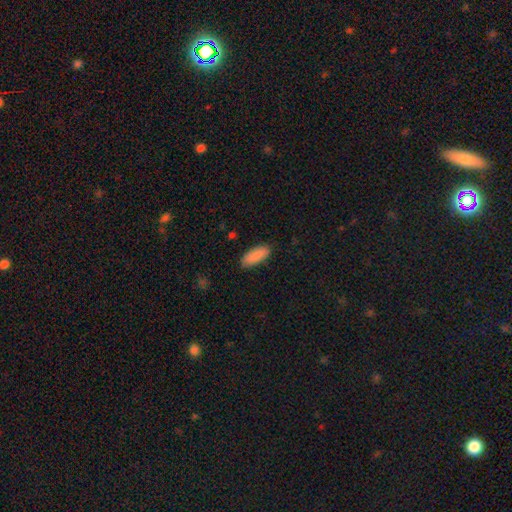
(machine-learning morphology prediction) type=smooth (89%); roundness=in between (76%); merging=none (86%).